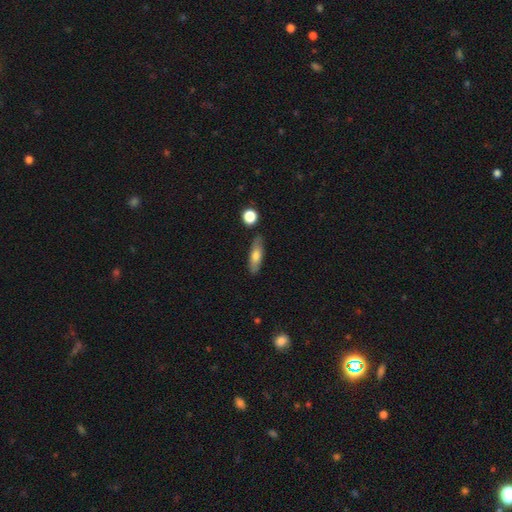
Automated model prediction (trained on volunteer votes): Morphology: type=smooth (67%); roundness=in between (51%); merging=none (81%).